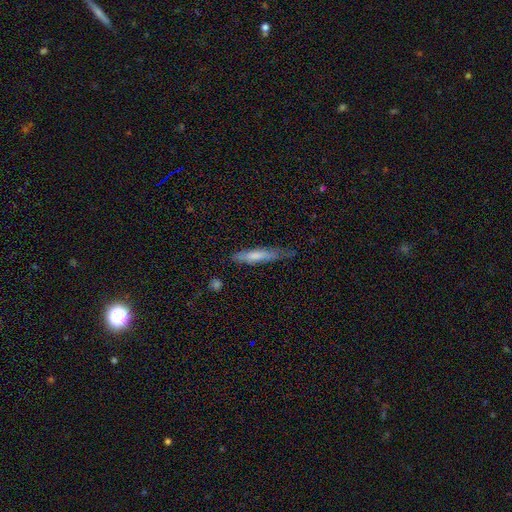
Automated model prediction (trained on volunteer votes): smooth-or-featured: smooth: 66% | featured or disk: 28% | star or artifact: 6%
  how-rounded: cigar-shaped: 86% | in between: 13% | round: 1%
  merging: none: 61% | minor disturbance: 29% | major disturbance: 8% | merger: 2%